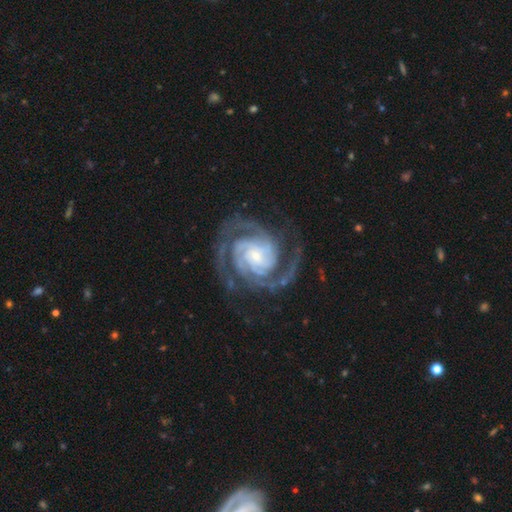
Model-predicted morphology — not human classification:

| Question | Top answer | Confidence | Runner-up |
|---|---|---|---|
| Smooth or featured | featured or disk | 93% | star or artifact (4%) |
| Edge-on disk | no | 98% | yes (2%) |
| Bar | no | 55% | weak (30%) |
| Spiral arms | yes | 99% | no (1%) |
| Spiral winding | tight | 67% | medium (30%) |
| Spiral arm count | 2 | 40% | 3 (32%) |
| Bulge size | small | 67% | moderate (22%) |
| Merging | none | 75% | minor disturbance (15%) |